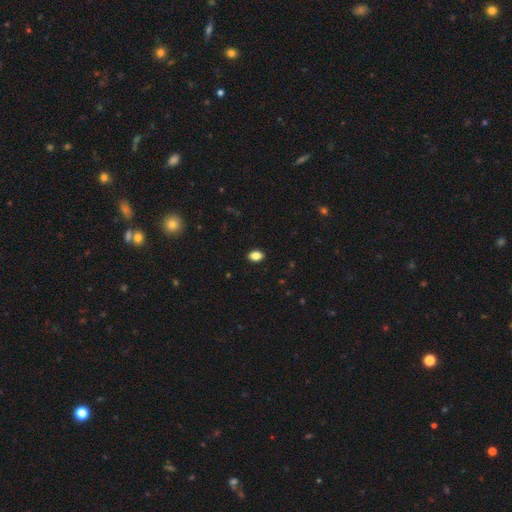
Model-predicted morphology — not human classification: Q: Smooth or featured?
A: smooth (86%); runner-up: star or artifact (9%)
Q: How rounded?
A: in between (81%); runner-up: round (18%)
Q: Merging?
A: none (90%); runner-up: minor disturbance (7%)